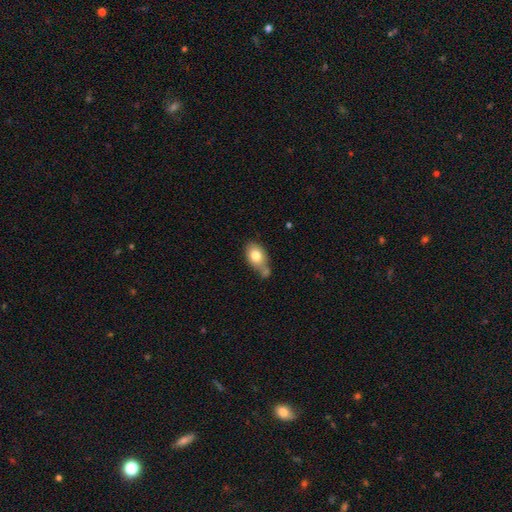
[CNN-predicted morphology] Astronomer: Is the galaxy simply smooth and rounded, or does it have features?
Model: smooth — 77%.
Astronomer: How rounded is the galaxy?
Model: in between — 82%.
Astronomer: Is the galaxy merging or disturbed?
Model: none — 44% (runner-up: merger, 27%).